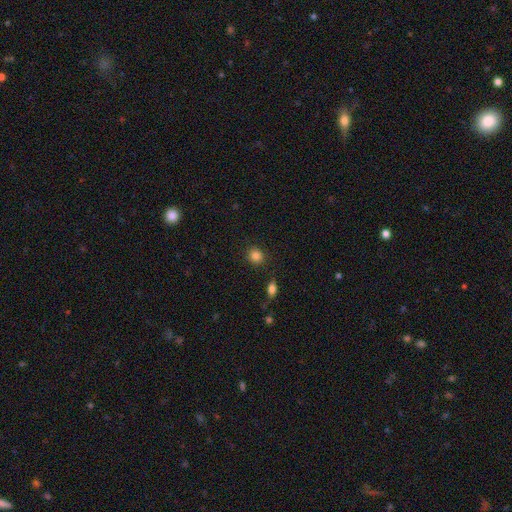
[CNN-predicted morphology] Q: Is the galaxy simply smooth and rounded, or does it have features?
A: smooth — 85%.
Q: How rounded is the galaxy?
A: round — 84%.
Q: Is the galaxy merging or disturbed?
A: none — 87%.